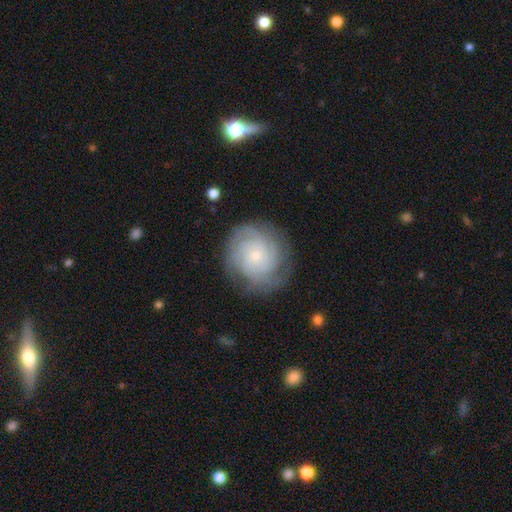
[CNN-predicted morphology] type=featured or disk (77%); edge-on=no (98%); bar=no (80%); spiral arms=yes (96%); winding=tight (71%); arm count=can't tell (28%); bulge=small (81%); merging=none (80%).